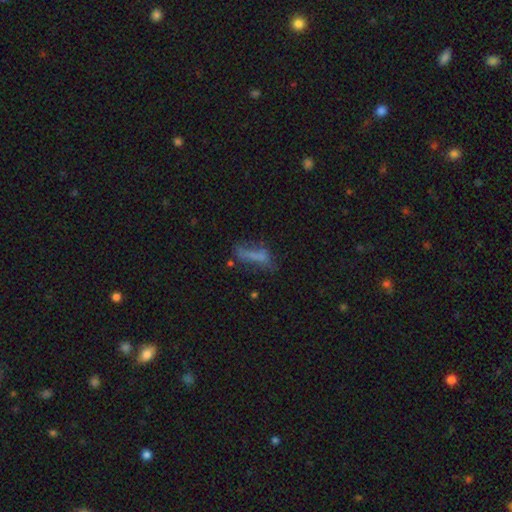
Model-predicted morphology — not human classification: This appears to be a smooth galaxy with no disk features (54%) that is cigar-shaped (52%). Merging: none (41%).